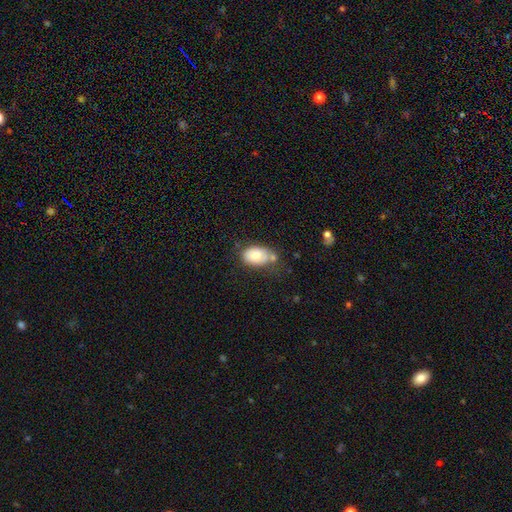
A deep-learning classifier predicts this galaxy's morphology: A smooth galaxy with no disk features (74%) that is in between round and cigar-shaped (85%).

Vote fractions:
- Smooth or featured? smooth: 74% / featured or disk: 19% / star or artifact: 7%
- How rounded? in between: 85% / round: 14% / cigar-shaped: 1%
- Merging? none: 48% / minor disturbance: 26% / merger: 17% / major disturbance: 8%